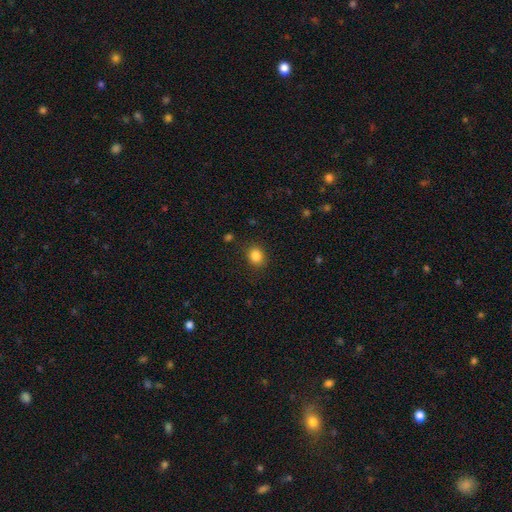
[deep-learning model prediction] Smooth or featured? Predicted: smooth (p=0.85). How rounded? Predicted: round (p=0.63). Merging? Predicted: none (p=0.87).